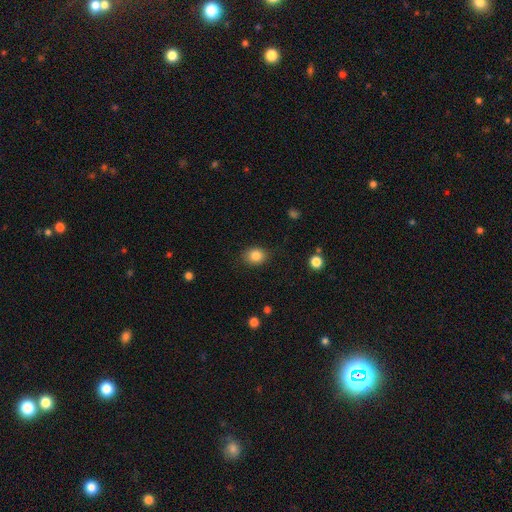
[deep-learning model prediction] smooth-or-featured: smooth: 84% | star or artifact: 10% | featured or disk: 6%
  how-rounded: round: 56% | in between: 43% | cigar-shaped: 1%
  merging: none: 85% | minor disturbance: 11% | major disturbance: 3% | merger: 1%